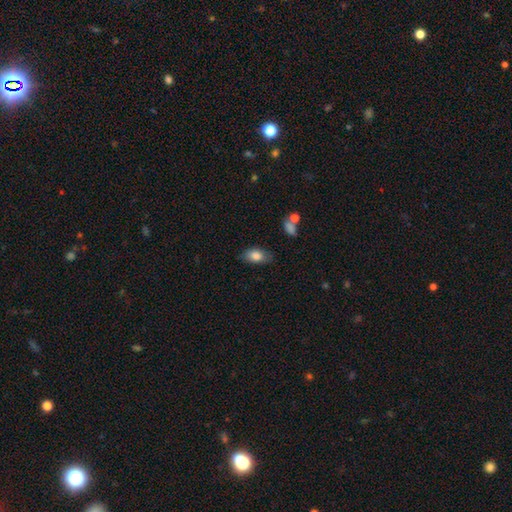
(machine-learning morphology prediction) This is clearly a smooth galaxy (83%). How rounded: clearly in between (90%). Merging: likely none (76%).